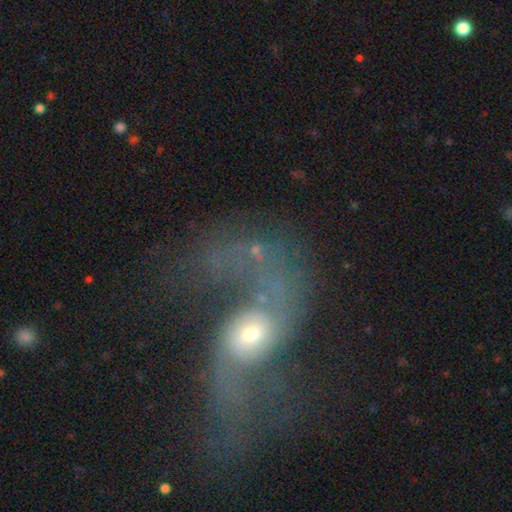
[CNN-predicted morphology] Smooth or featured? Predicted: featured or disk (p=0.76). Edge-on disk? Predicted: no (p=0.96). Bar? Predicted: no (p=0.58). Spiral arms? Predicted: yes (p=0.85). Spiral winding? Predicted: loose (p=0.81). Spiral arm count? Predicted: 2 (p=0.84). Bulge size? Predicted: moderate (p=0.44). Merging? Predicted: major disturbance (p=0.37).